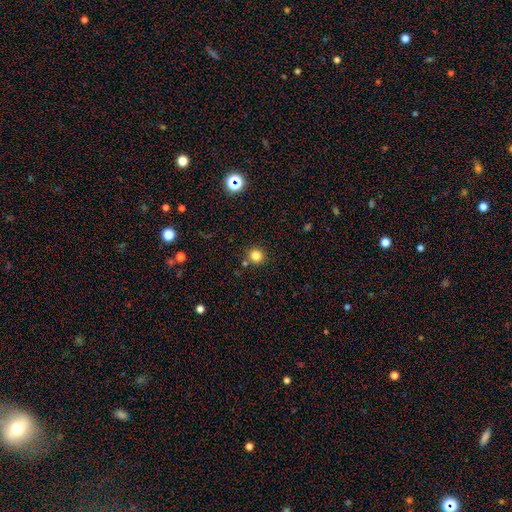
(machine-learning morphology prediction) smooth_or_featured: smooth (p=0.81) [alt: star or artifact p=0.13]
how_rounded: round (p=0.93) [alt: in between p=0.06]
merging: none (p=0.84) [alt: minor disturbance p=0.07]